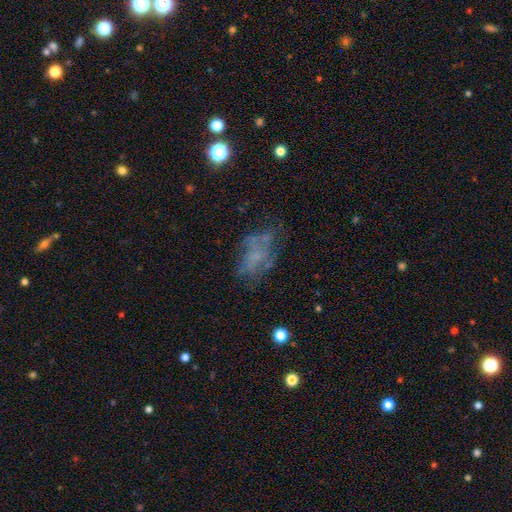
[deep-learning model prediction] The model was most divided on "smooth or featured": featured or disk: 51%, smooth: 32%, star or artifact: 17%. Remaining: edge-on disk — no (97%); merging — none (47%).